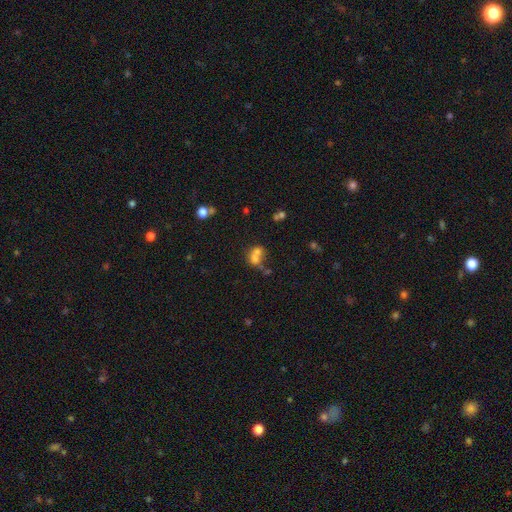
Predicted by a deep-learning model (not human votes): Smooth or featured? Predicted: smooth (p=0.64). How rounded? Predicted: round (p=0.56). Merging? Predicted: merger (p=0.62).